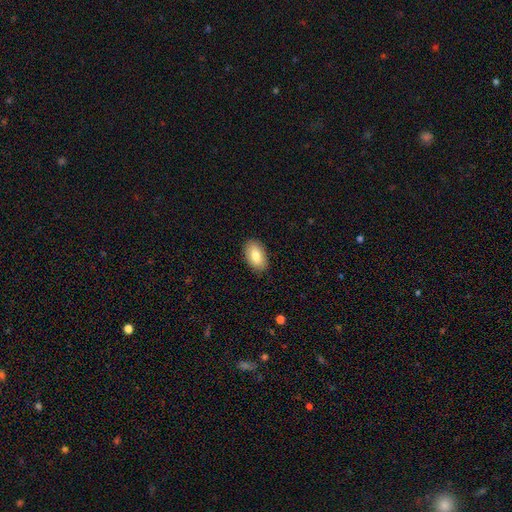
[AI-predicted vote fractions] Morphology: type=smooth (82%); roundness=in between (93%); merging=none (88%).